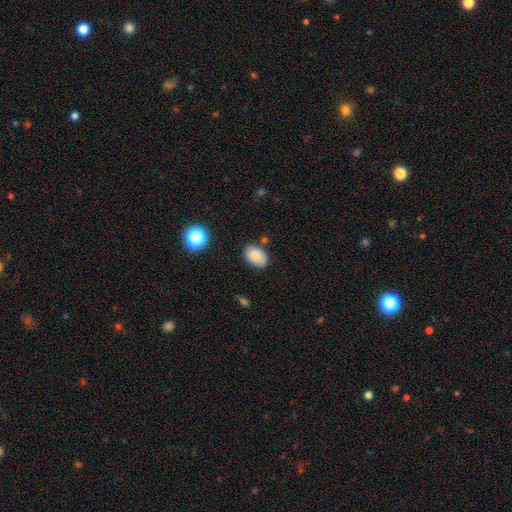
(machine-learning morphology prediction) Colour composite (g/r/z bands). It shows a smooth galaxy with no disk features (82%) that is in between round and cigar-shaped (87%). Merging: none (78%).